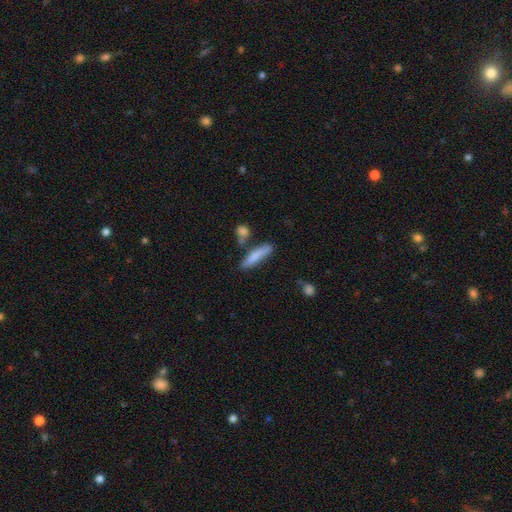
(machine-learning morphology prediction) Overall: smooth (77%). How rounded: cigar-shaped (79%). Merging: none (65%).